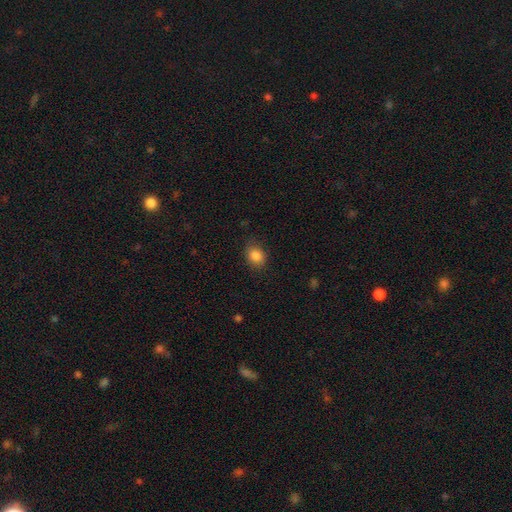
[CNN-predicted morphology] A smooth galaxy with no disk features (85%) that is round (51%).

Vote fractions:
- Smooth or featured? smooth: 85% / star or artifact: 10% / featured or disk: 5%
- How rounded? round: 51% / in between: 48% / cigar-shaped: 1%
- Merging? none: 82% / minor disturbance: 14% / major disturbance: 3% / merger: 1%